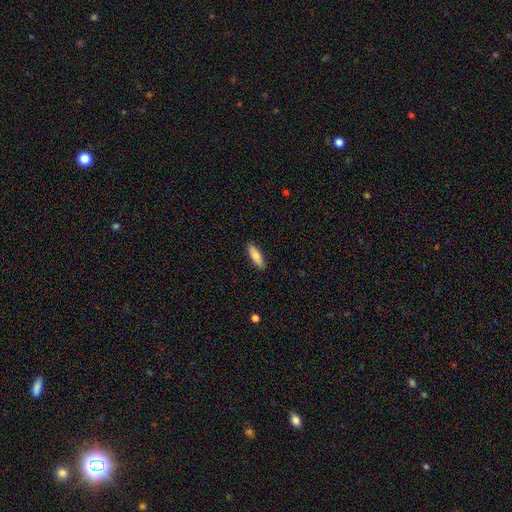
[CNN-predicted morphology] This appears to be a smooth galaxy with no disk features (79%) that is cigar-shaped (51%). Merging: none (89%).